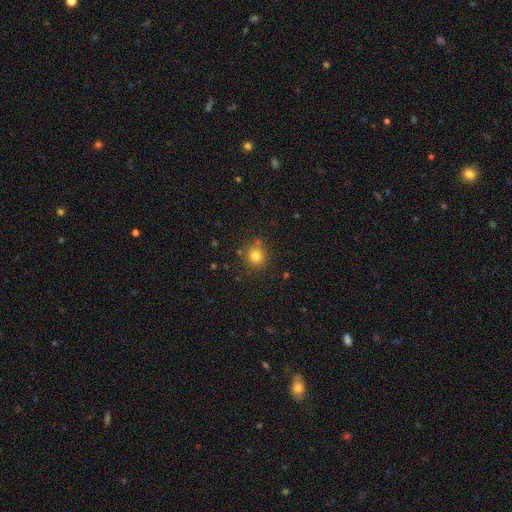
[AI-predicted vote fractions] The model was most divided on "smooth or featured": smooth: 80%, star or artifact: 13%, featured or disk: 6%. More confident: how rounded — round (91%); merging — none (81%).